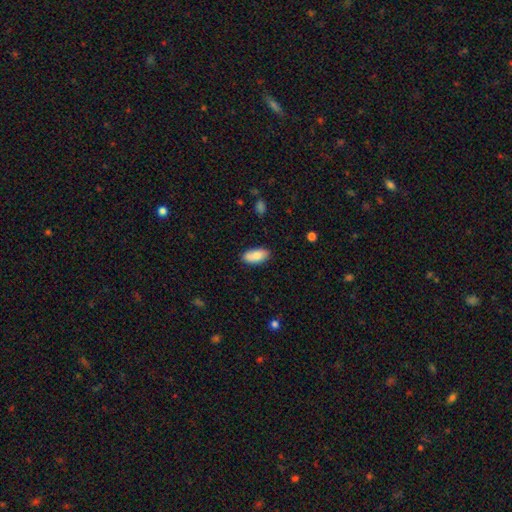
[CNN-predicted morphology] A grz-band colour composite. It shows a smooth galaxy with no disk features (84%) that is in between round and cigar-shaped (91%). Merging: none (81%).